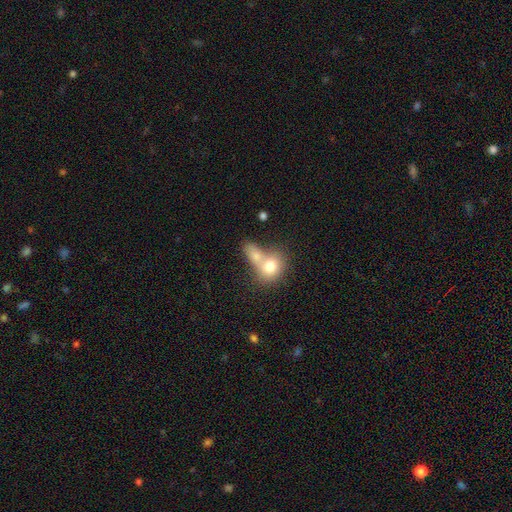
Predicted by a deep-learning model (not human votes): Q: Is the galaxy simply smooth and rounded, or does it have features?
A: smooth — 74%.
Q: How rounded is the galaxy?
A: in between — 52%.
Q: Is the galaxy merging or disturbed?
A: merger — 68%.